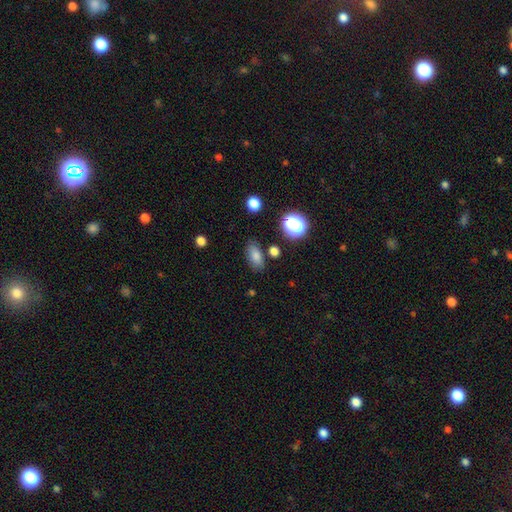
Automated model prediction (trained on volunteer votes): Smooth or featured? smooth (80%)
How rounded? in between (85%)
Merging? none (81%)